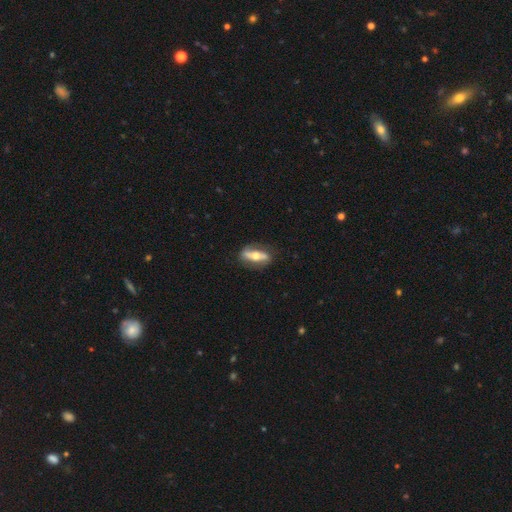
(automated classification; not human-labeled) A featured or disk galaxy (62%). Merging: none (78%).